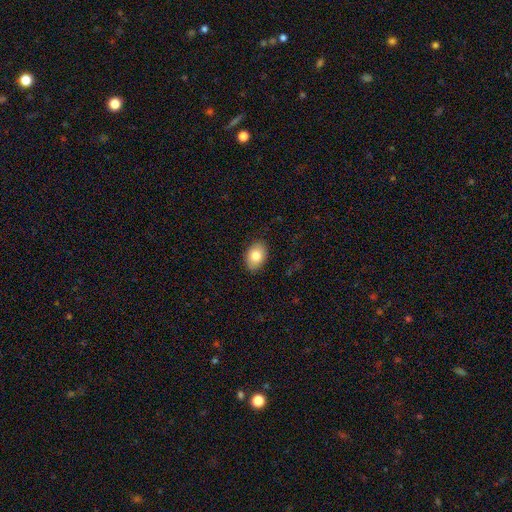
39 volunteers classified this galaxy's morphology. This is clearly a smooth galaxy (85%). How rounded: likely in between (76%). Merging: clearly none (84%).